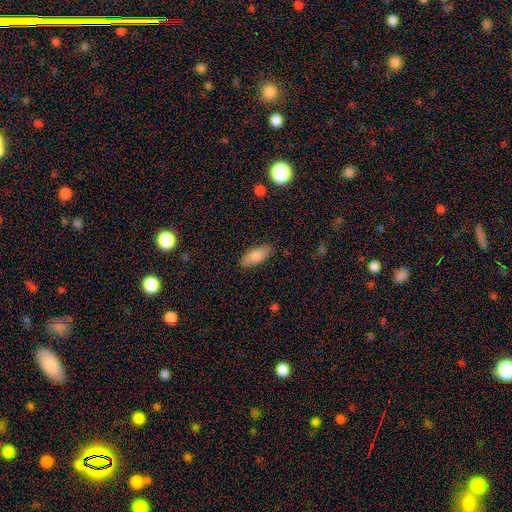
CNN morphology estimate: smooth 82%, featured or disk 12%, star or artifact 6%. Down the decision tree: how rounded — in between (80%); merging — none (86%).